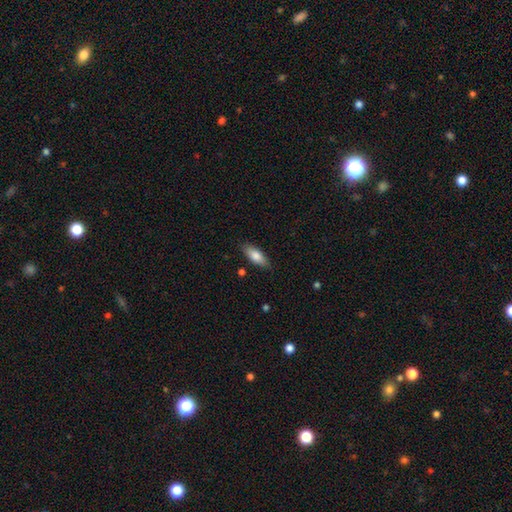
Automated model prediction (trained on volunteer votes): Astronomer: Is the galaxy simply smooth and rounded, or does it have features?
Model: smooth — 80%.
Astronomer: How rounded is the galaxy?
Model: in between — 75%.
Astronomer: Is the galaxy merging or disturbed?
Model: none — 84%.